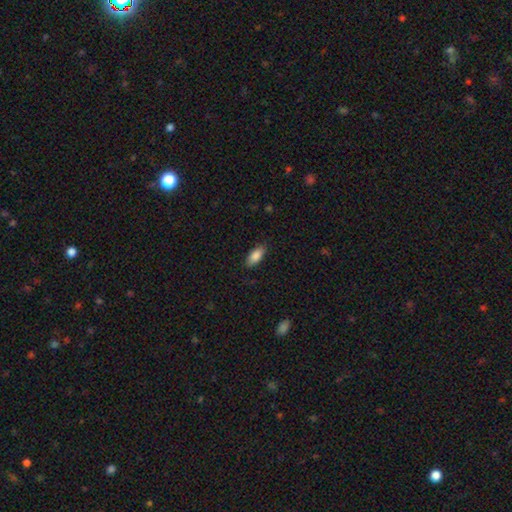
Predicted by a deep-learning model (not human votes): The model was most divided on "merging": none: 86%, minor disturbance: 11%, major disturbance: 2%, merger: 1%. More confident: how rounded — in between (86%); smooth or featured — smooth (86%).